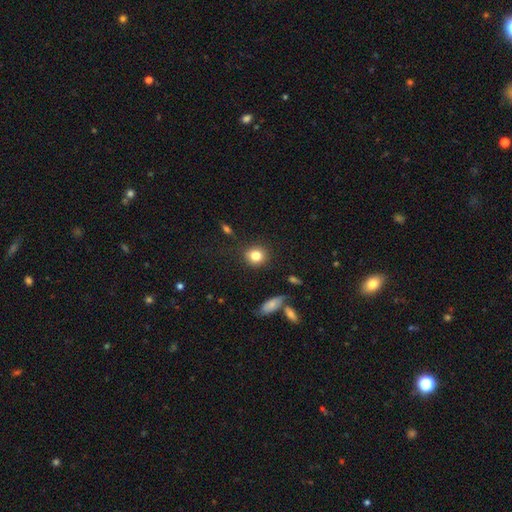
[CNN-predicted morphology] Smooth or featured: smooth — 82% (star or artifact — 10%)
How rounded: round — 84% (in between — 15%)
Merging: none — 86% (minor disturbance — 8%)